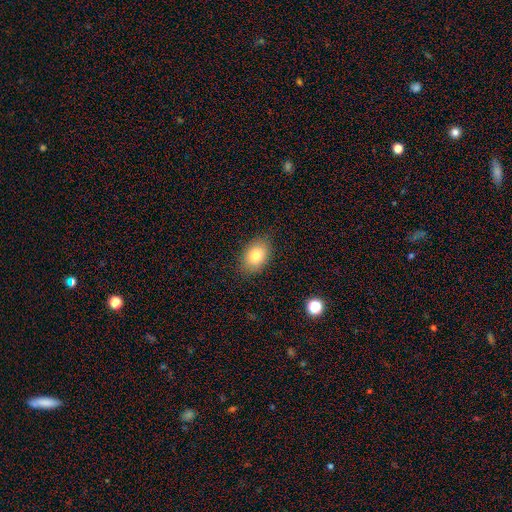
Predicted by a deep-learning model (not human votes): smooth_or_featured: smooth (p=0.80) [alt: featured or disk p=0.12]
how_rounded: in between (p=0.85) [alt: round p=0.14]
merging: none (p=0.86) [alt: minor disturbance p=0.10]